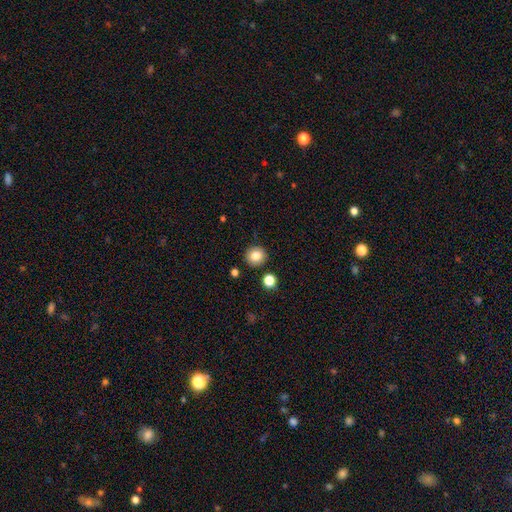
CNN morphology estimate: Overall: smooth (83%). How rounded: round (91%). Merging: none (88%).